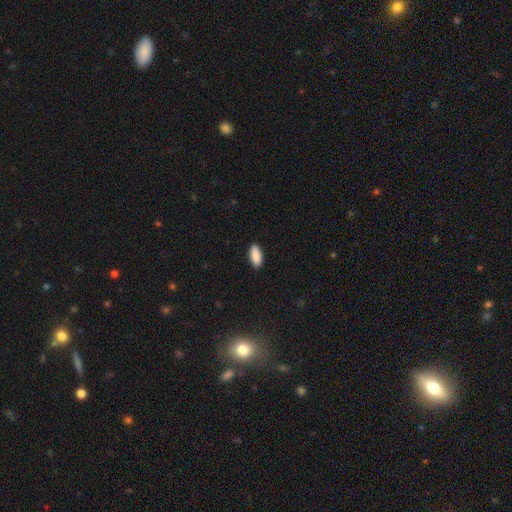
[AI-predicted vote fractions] smooth 91%, star or artifact 6%, featured or disk 3%. Down the decision tree: how rounded — in between (88%); merging — none (90%).